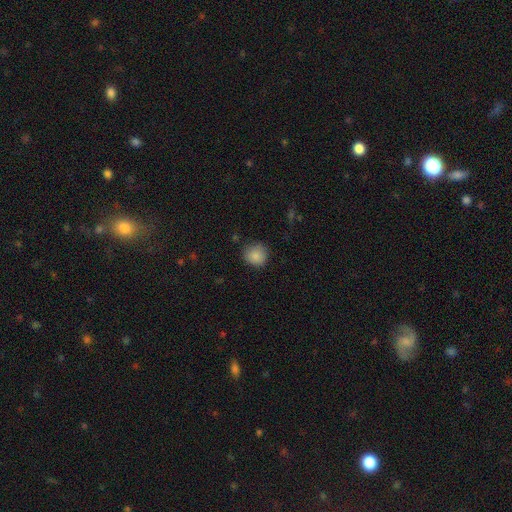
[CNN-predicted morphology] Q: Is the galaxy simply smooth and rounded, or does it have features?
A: smooth — 87%.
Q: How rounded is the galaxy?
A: round — 87%.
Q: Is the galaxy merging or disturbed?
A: none — 80%.